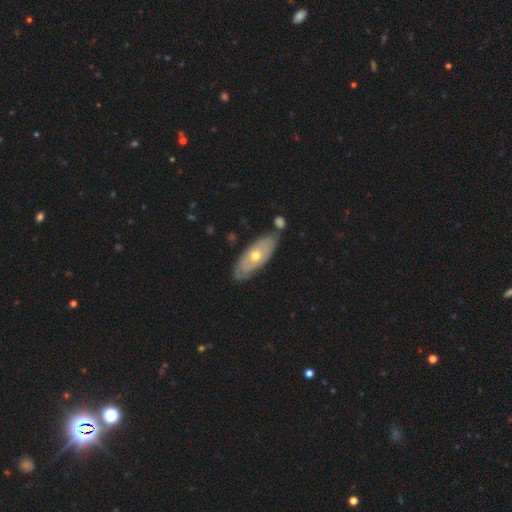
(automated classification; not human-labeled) smooth-or-featured: featured or disk: 51% | smooth: 43% | star or artifact: 5%
  disk-edge-on: no: 74% | yes: 26%
  merging: none: 71% | minor disturbance: 17% | merger: 8% | major disturbance: 4%